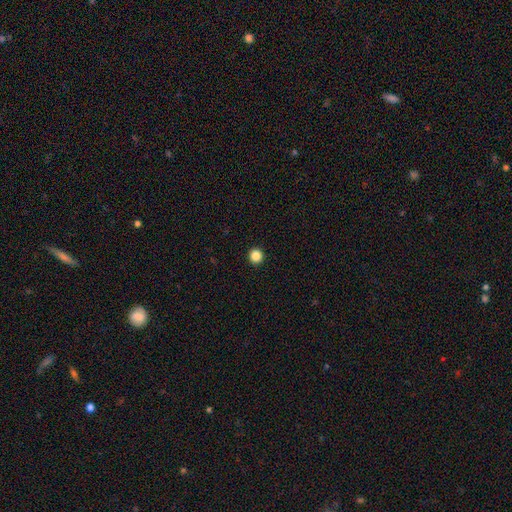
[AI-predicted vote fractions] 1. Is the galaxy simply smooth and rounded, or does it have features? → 86% smooth, 11% star or artifact, 3% featured or disk.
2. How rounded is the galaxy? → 95% round, 4% in between, 1% cigar-shaped.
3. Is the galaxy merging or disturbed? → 94% none, 4% minor disturbance, 1% major disturbance, 1% merger.